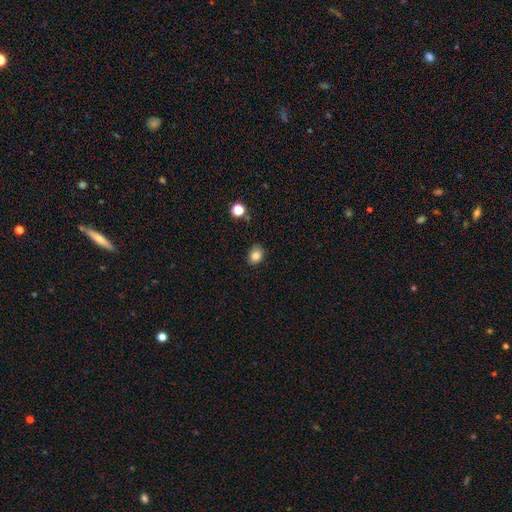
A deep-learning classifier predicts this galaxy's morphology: Smooth or featured?
  - smooth: 82% *
  - star or artifact: 11%
  - featured or disk: 7%
How rounded?
  - in between: 61% *
  - round: 38%
  - cigar-shaped: 1%
Merging?
  - none: 81% *
  - minor disturbance: 15%
  - major disturbance: 3%
  - merger: 2%